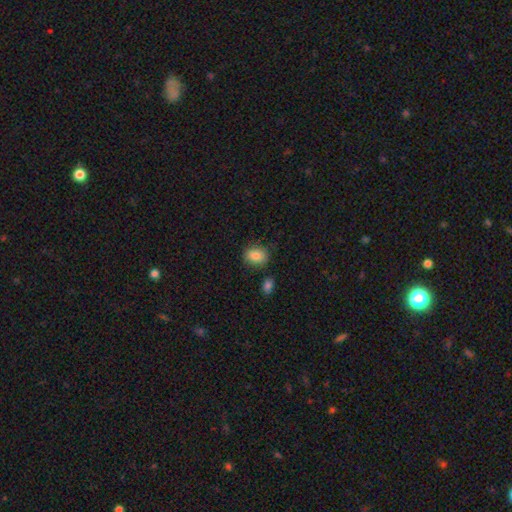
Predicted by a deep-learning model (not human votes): Smooth or featured? Predicted: smooth (p=0.85). How rounded? Predicted: in between (p=0.58). Merging? Predicted: none (p=0.79).